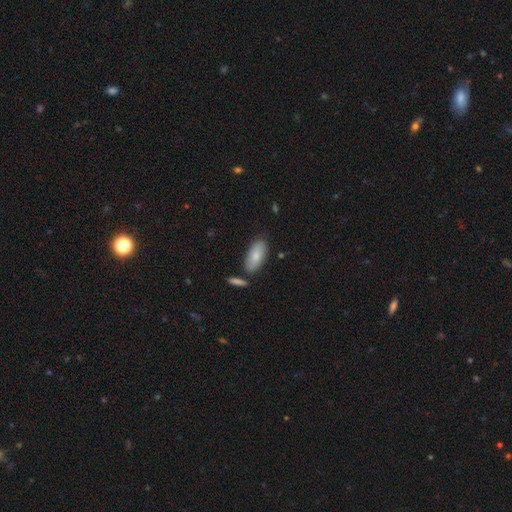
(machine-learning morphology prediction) type=smooth (80%); roundness=in between (89%); merging=none (77%).